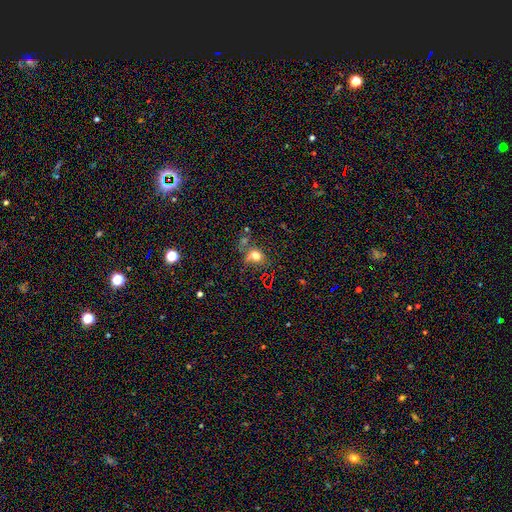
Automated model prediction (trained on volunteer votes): A smooth galaxy with no disk features (69%) that is round (69%).

Vote fractions:
- Smooth or featured? smooth: 69% / star or artifact: 19% / featured or disk: 12%
- How rounded? round: 69% / in between: 29% / cigar-shaped: 2%
- Merging? none: 54% / minor disturbance: 17% / merger: 17% / major disturbance: 12%